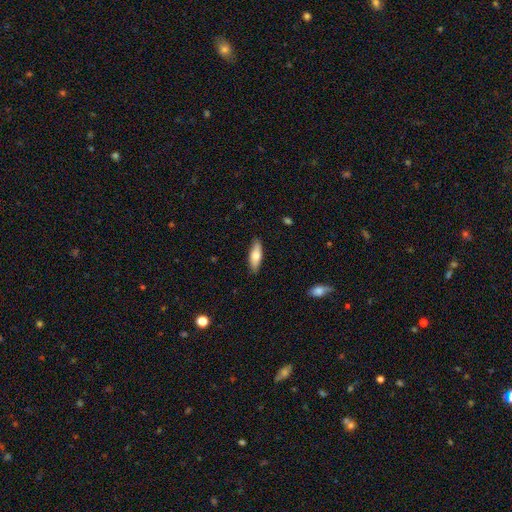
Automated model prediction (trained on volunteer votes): Morphology: type=smooth (73%); roundness=in between (55%); merging=none (86%).